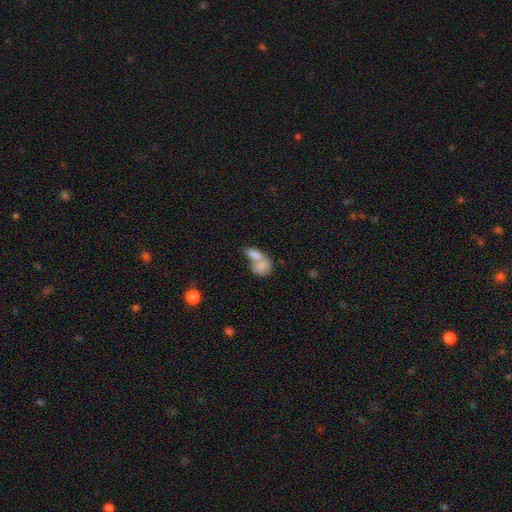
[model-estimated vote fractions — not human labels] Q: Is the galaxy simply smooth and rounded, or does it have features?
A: smooth — 75%.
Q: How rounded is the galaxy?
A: in between — 76%.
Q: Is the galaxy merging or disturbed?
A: merger — 69%.